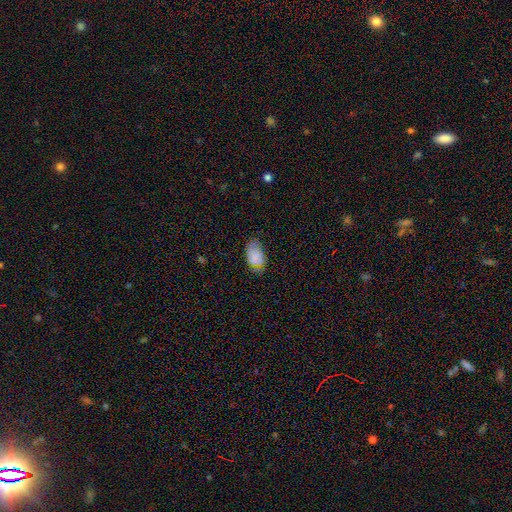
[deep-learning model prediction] The model was most divided on "merging": none: 56%, minor disturbance: 33%, major disturbance: 9%, merger: 2%. More confident: how rounded — in between (92%); smooth or featured — smooth (74%).